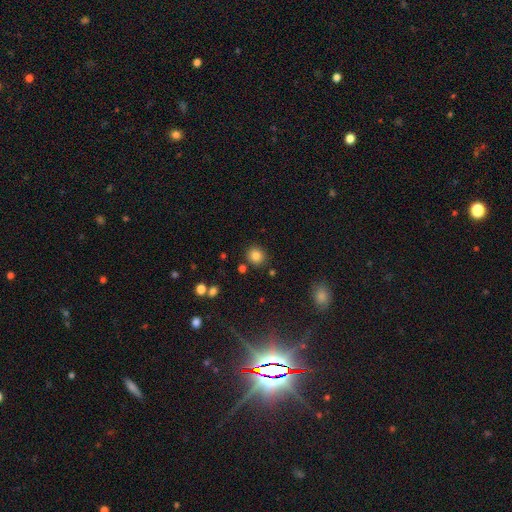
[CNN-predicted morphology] The model was most divided on "how rounded": round: 85%, in between: 14%, cigar-shaped: 1%. More confident: merging — none (86%); smooth or featured — smooth (83%).